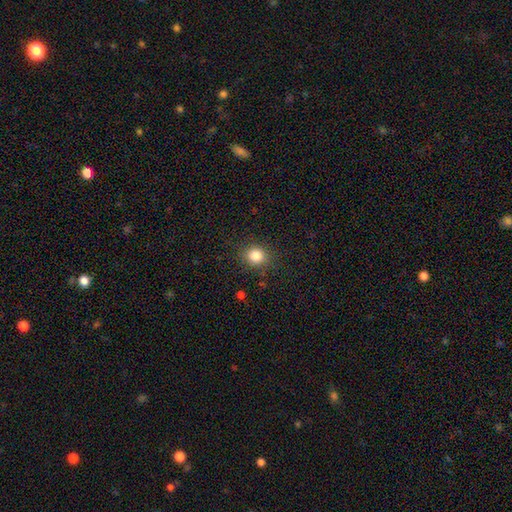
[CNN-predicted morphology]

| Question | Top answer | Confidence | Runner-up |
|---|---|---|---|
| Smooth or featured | smooth | 83% | star or artifact (12%) |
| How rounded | round | 81% | in between (18%) |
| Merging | none | 88% | minor disturbance (8%) |